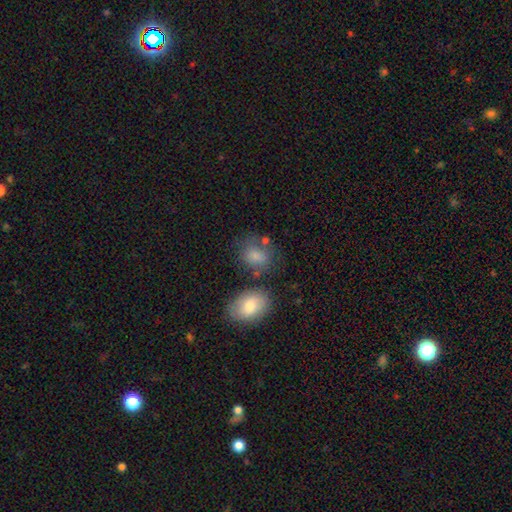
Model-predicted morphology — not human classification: smooth_or_featured: smooth (p=0.80) [alt: featured or disk p=0.10]
how_rounded: in between (p=0.59) [alt: round p=0.40]
merging: none (p=0.55) [alt: minor disturbance p=0.21]